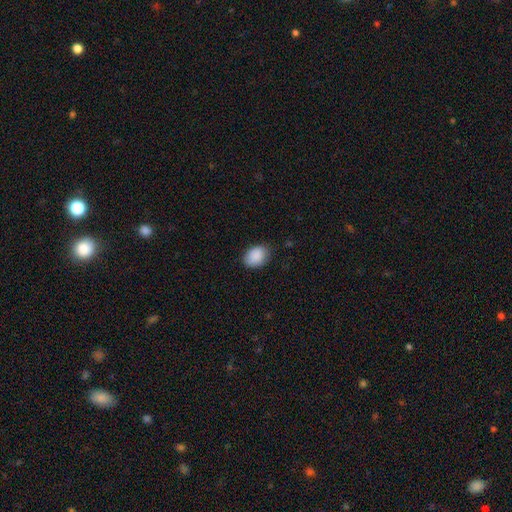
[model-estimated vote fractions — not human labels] Smooth or featured? Predicted: smooth (p=0.90). How rounded? Predicted: in between (p=0.74). Merging? Predicted: none (p=0.79).